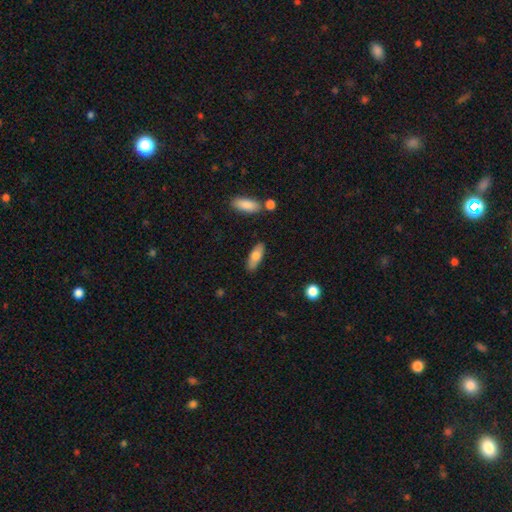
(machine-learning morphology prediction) Smooth or featured?
  - smooth: 74% *
  - featured or disk: 20%
  - star or artifact: 6%
How rounded?
  - in between: 65% *
  - cigar-shaped: 33%
  - round: 2%
Merging?
  - none: 83% *
  - minor disturbance: 11%
  - merger: 3%
  - major disturbance: 2%